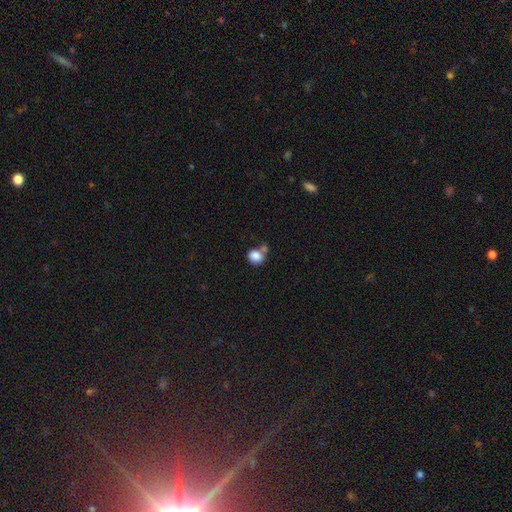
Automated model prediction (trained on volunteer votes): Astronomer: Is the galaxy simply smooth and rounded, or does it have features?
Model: smooth — 85%.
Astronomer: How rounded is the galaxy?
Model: round — 73%.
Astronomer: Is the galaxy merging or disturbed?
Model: none — 49% (runner-up: merger, 32%).